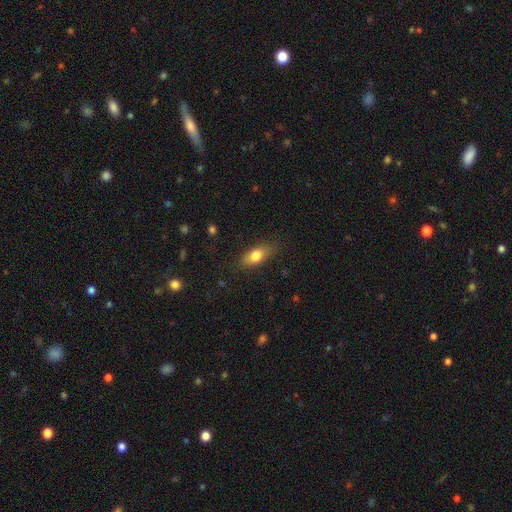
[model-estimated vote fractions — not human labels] A smooth galaxy with no disk features (76%) that is in between round and cigar-shaped (76%).

Vote fractions:
- Smooth or featured? smooth: 76% / featured or disk: 17% / star or artifact: 7%
- How rounded? in between: 76% / cigar-shaped: 19% / round: 6%
- Merging? none: 82% / minor disturbance: 14% / major disturbance: 4% / merger: 1%